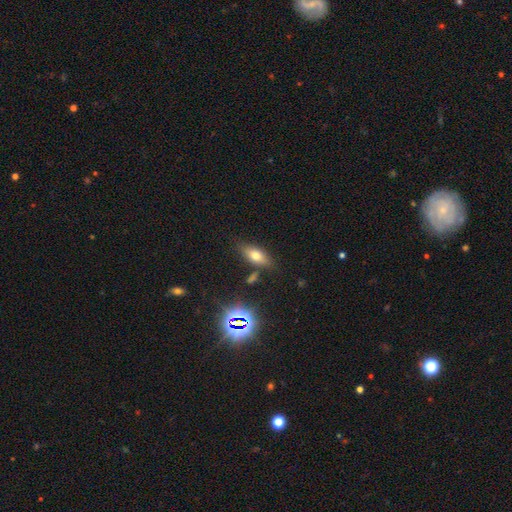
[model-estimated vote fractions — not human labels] smooth_or_featured: smooth (p=0.67) [alt: featured or disk p=0.19]
how_rounded: in between (p=0.78) [alt: cigar-shaped p=0.16]
merging: none (p=0.77) [alt: minor disturbance p=0.14]